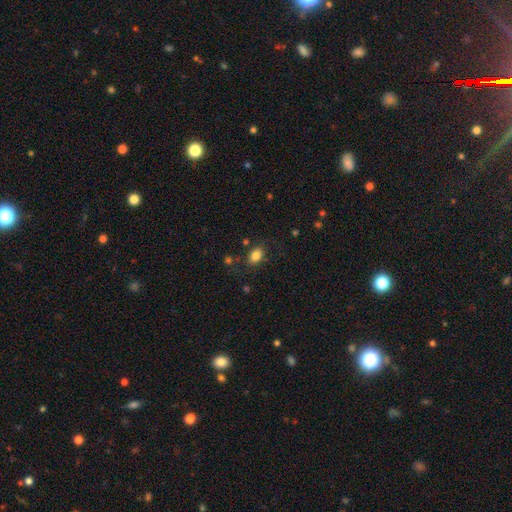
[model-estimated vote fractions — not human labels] smooth-or-featured: smooth: 83% | star or artifact: 10% | featured or disk: 7%
  how-rounded: in between: 77% | round: 22% | cigar-shaped: 1%
  merging: none: 80% | minor disturbance: 13% | major disturbance: 4% | merger: 3%